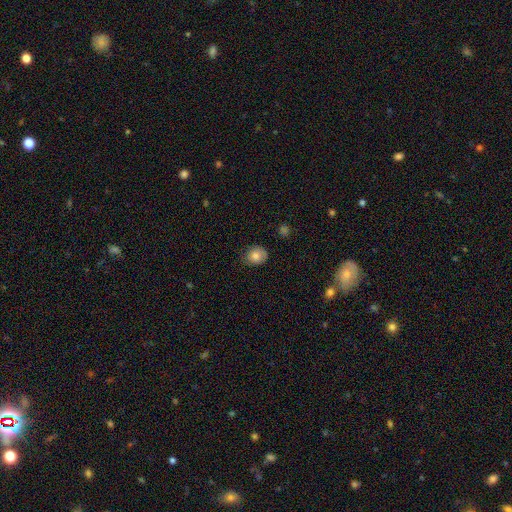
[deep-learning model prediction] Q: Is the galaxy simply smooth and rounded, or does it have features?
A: smooth — 78%.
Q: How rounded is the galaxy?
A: round — 65%.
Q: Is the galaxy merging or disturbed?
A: none — 72%.